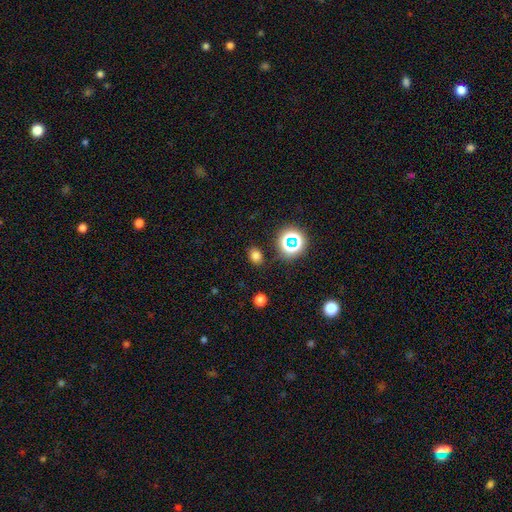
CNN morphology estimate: A smooth galaxy with no disk features (73%) that is in between round and cigar-shaped (62%).

Vote fractions:
- Smooth or featured? smooth: 73% / star or artifact: 21% / featured or disk: 6%
- How rounded? in between: 62% / round: 37% / cigar-shaped: 1%
- Merging? none: 84% / minor disturbance: 10% / major disturbance: 3% / merger: 2%